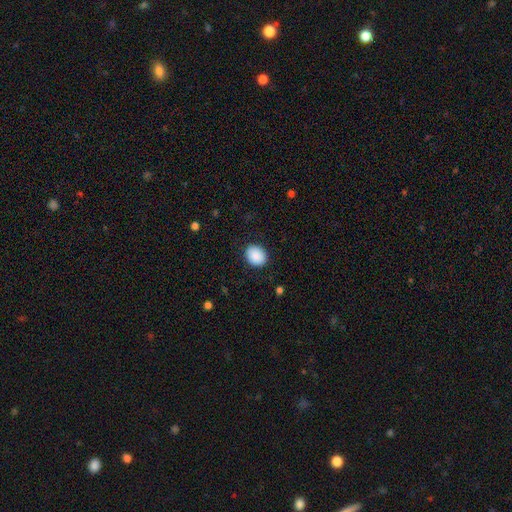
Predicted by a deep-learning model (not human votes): smooth_or_featured: smooth (p=0.90) [alt: star or artifact p=0.07]
how_rounded: in between (p=0.53) [alt: round p=0.46]
merging: none (p=0.88) [alt: minor disturbance p=0.09]